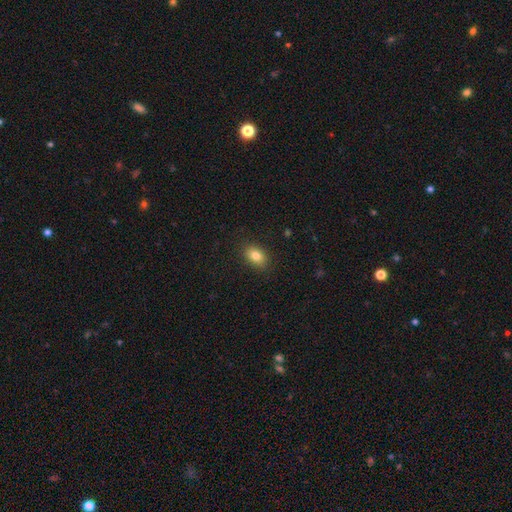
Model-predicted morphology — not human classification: Q: Smooth or featured?
A: smooth (83%); runner-up: star or artifact (9%)
Q: How rounded?
A: in between (81%); runner-up: round (17%)
Q: Merging?
A: none (87%); runner-up: minor disturbance (9%)